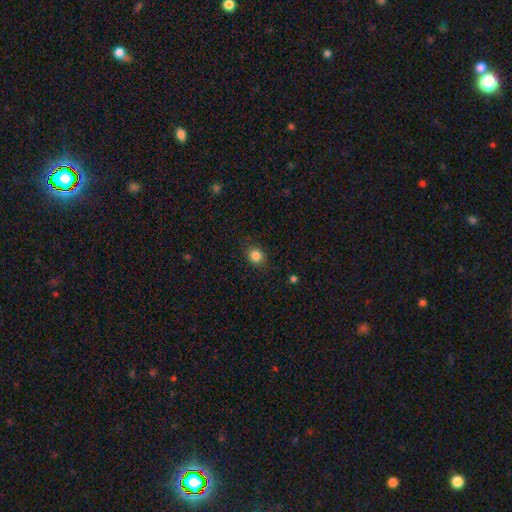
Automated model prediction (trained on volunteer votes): Q: Smooth or featured?
A: smooth (85%); runner-up: star or artifact (11%)
Q: How rounded?
A: round (75%); runner-up: in between (24%)
Q: Merging?
A: none (86%); runner-up: minor disturbance (10%)